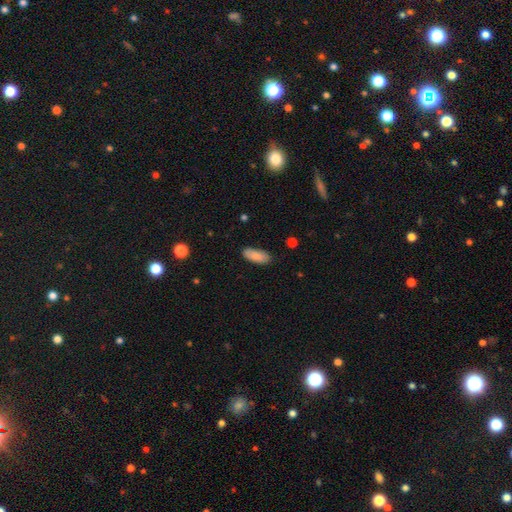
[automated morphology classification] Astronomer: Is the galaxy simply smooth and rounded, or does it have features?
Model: smooth — 86%.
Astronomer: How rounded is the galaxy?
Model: in between — 82%.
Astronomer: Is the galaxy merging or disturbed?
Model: none — 82%.